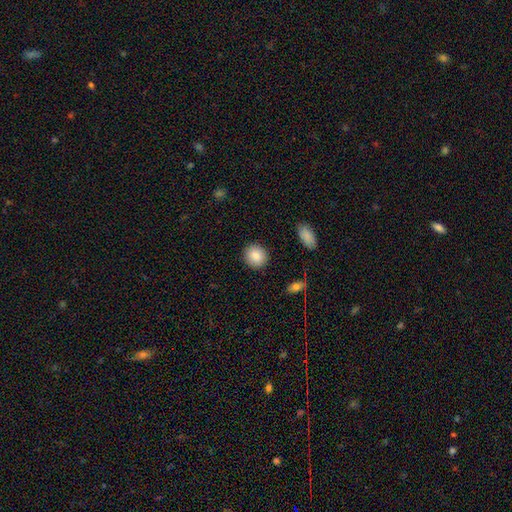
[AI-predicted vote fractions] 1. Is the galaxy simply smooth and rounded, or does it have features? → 86% smooth, 8% star or artifact, 6% featured or disk.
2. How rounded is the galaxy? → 83% round, 15% in between, 1% cigar-shaped.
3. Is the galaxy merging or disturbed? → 90% none, 6% minor disturbance, 2% major disturbance, 1% merger.